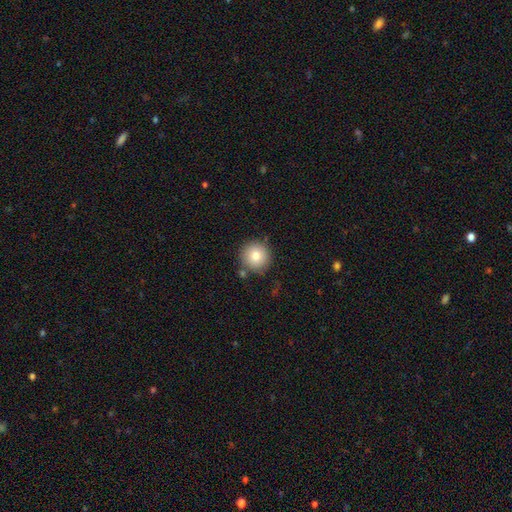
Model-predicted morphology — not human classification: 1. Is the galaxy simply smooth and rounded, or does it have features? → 80% smooth, 10% featured or disk, 10% star or artifact.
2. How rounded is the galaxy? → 95% round, 4% in between, 1% cigar-shaped.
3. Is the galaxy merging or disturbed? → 83% none, 9% minor disturbance, 5% merger, 3% major disturbance.